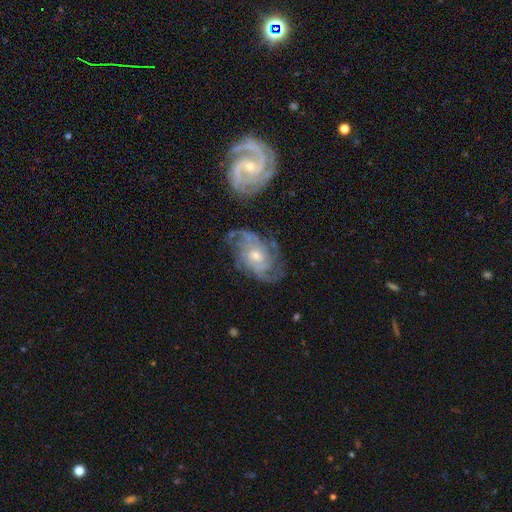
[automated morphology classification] type=featured or disk (87%); edge-on=no (96%); bar=no (64%); spiral arms=yes (96%); winding=tight (57%); arm count=can't tell (29%); bulge=small (52%); merging=none (66%).